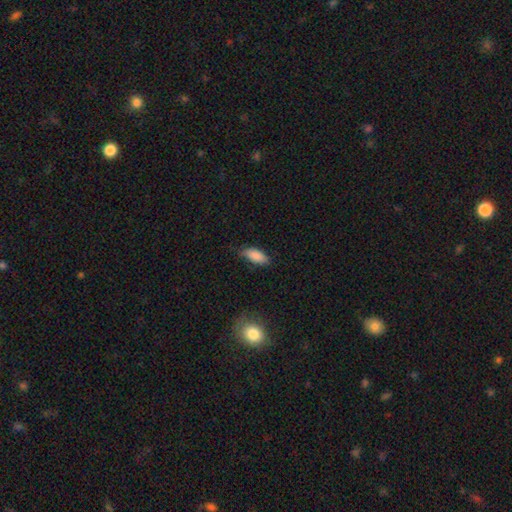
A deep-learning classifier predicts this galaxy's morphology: smooth_or_featured: smooth (p=0.86) [alt: star or artifact p=0.07]
how_rounded: in between (p=0.84) [alt: cigar-shaped p=0.13]
merging: none (p=0.67) [alt: minor disturbance p=0.26]